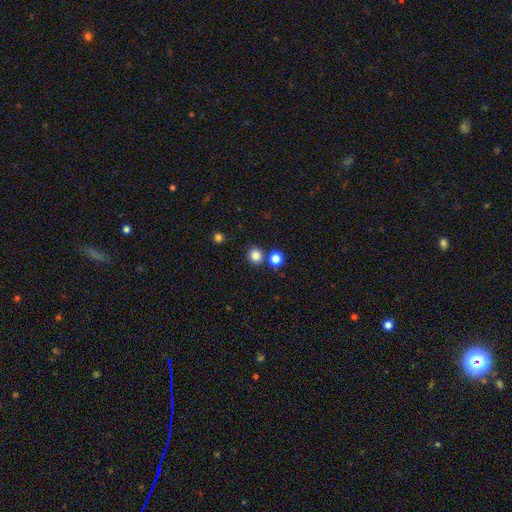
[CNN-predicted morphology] Overall: smooth (84%). How rounded: round (91%). Merging: none (79%).